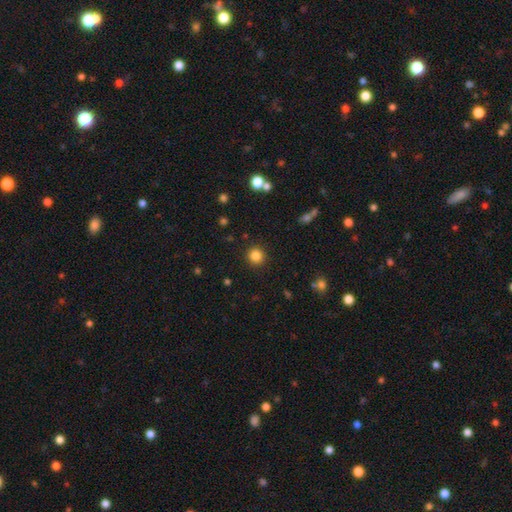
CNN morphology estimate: Smooth or featured? smooth (83%)
How rounded? round (93%)
Merging? none (91%)